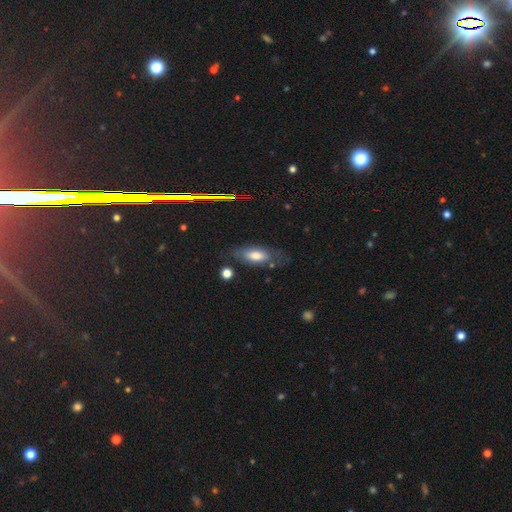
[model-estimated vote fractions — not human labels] A smooth galaxy with no disk features (65%) that is in between round and cigar-shaped (81%). Merging: none (66%).